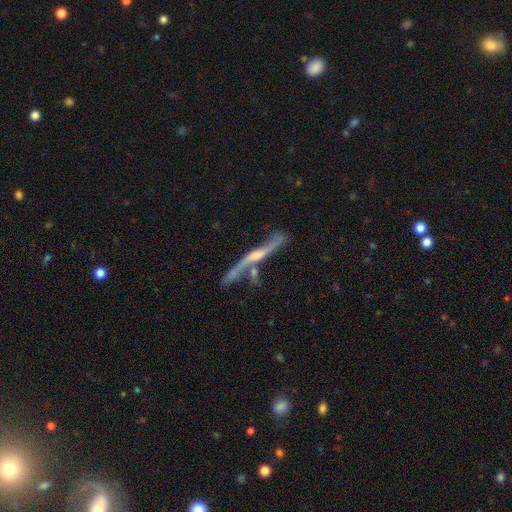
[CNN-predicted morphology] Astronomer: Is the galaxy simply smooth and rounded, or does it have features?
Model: featured or disk — 77%.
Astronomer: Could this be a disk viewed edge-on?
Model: yes — 71%.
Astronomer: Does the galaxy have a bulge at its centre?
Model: rounded — 57%.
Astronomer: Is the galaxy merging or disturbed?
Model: none — 45% (runner-up: merger, 24%).